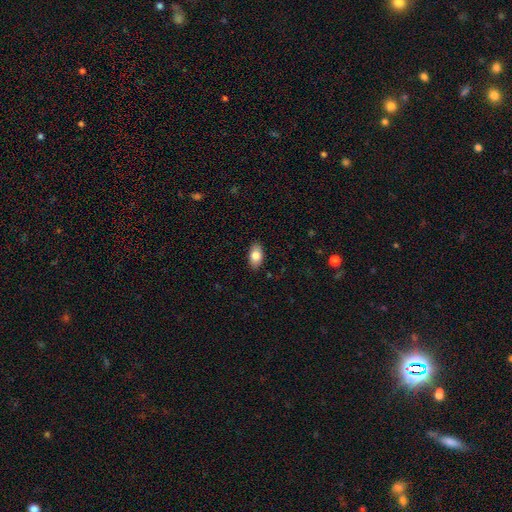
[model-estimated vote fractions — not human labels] smooth-or-featured: smooth: 82% | featured or disk: 11% | star or artifact: 7%
  how-rounded: in between: 92% | round: 5% | cigar-shaped: 3%
  merging: none: 88% | minor disturbance: 9% | major disturbance: 2% | merger: 1%